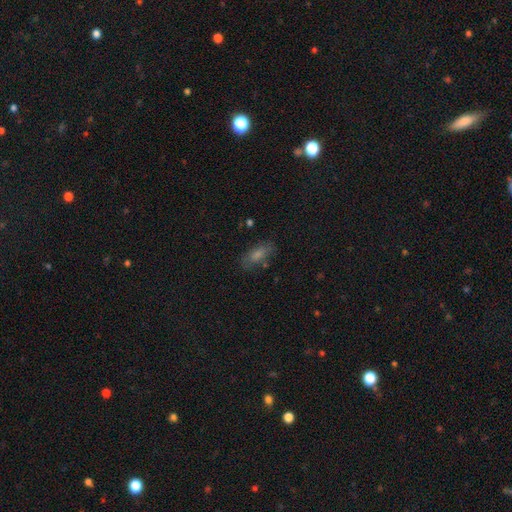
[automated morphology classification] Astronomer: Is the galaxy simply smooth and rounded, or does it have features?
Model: smooth — 54%.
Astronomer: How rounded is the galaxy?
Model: in between — 72%.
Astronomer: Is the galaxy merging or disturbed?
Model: none — 78%.